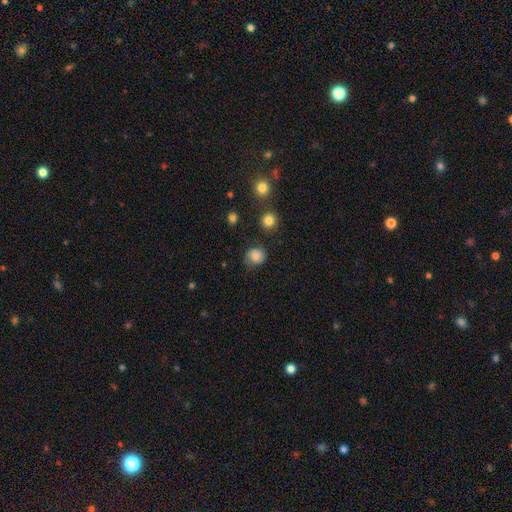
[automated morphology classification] type=smooth (78%); roundness=round (79%); merging=none (71%).